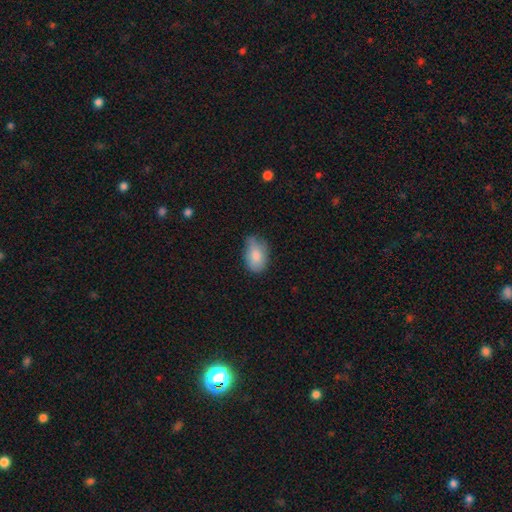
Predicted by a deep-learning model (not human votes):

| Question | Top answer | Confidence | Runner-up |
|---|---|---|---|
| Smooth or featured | smooth | 80% | featured or disk (13%) |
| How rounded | in between | 88% | round (11%) |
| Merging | none | 51% | minor disturbance (39%) |